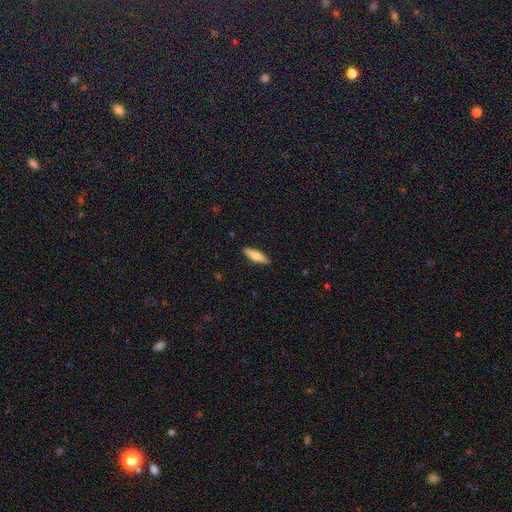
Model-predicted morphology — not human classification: Overall: smooth (64%; featured or disk 31%). How rounded: cigar-shaped (66%; in between 32%). Merging: none (90%).